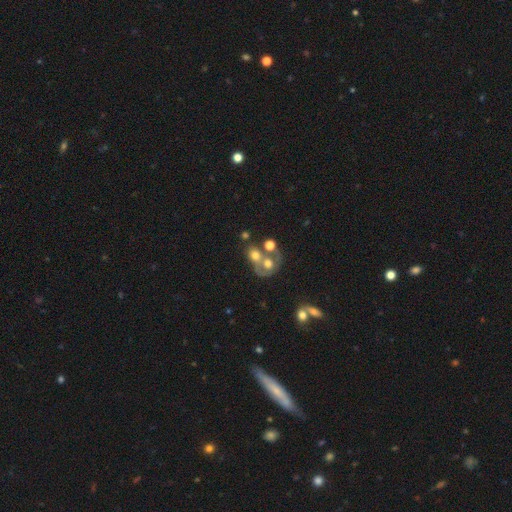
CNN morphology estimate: type=smooth (50%); merging=merger (59%).